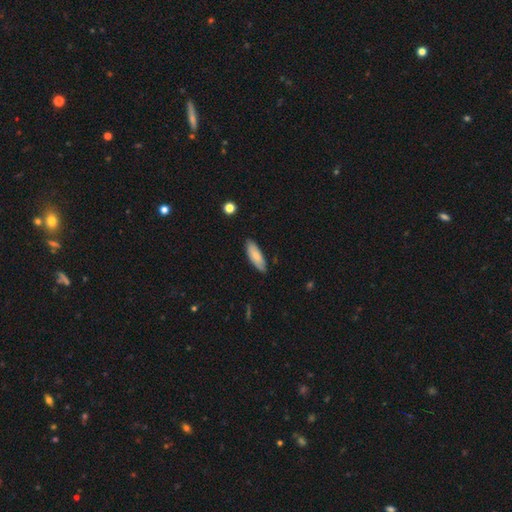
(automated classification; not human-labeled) smooth-or-featured: smooth: 80% | featured or disk: 14% | star or artifact: 6%
  how-rounded: in between: 63% | cigar-shaped: 36% | round: 2%
  merging: none: 83% | minor disturbance: 14% | major disturbance: 2% | merger: 1%